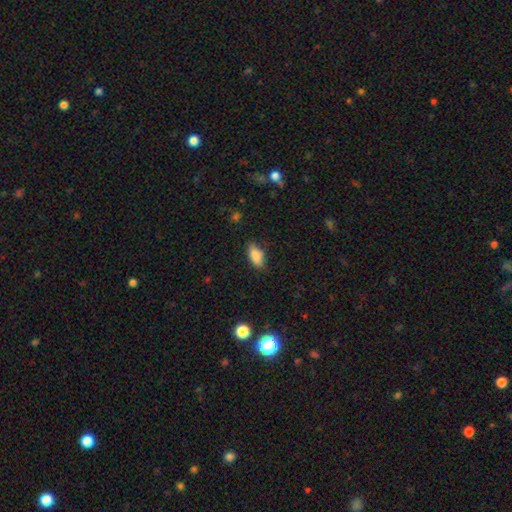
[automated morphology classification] A smooth galaxy with no disk features (85%) that is in between round and cigar-shaped (85%).

Vote fractions:
- Smooth or featured? smooth: 85% / star or artifact: 8% / featured or disk: 7%
- How rounded? in between: 85% / cigar-shaped: 12% / round: 3%
- Merging? none: 82% / minor disturbance: 14% / major disturbance: 3% / merger: 1%